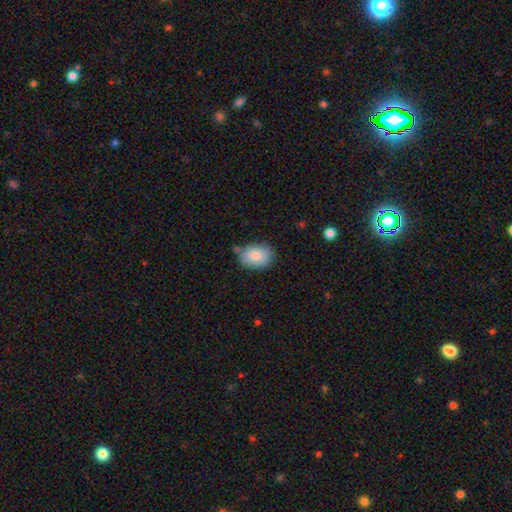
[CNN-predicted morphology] Overall: smooth (84%). How rounded: in between (75%). Merging: none (68%).